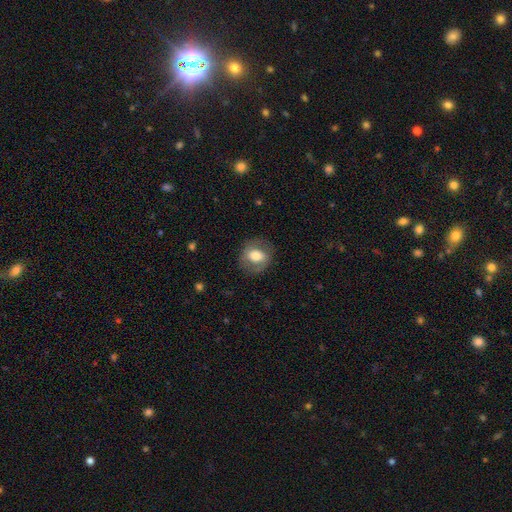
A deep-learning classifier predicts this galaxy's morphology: Smooth or featured? Predicted: smooth (p=0.62). How rounded? Predicted: round (p=0.61). Merging? Predicted: none (p=0.79).